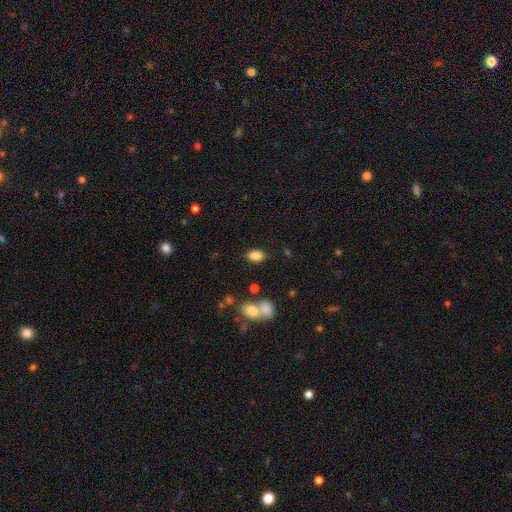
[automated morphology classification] Q: Smooth or featured?
A: smooth (84%); runner-up: star or artifact (9%)
Q: How rounded?
A: in between (88%); runner-up: round (10%)
Q: Merging?
A: none (82%); runner-up: minor disturbance (10%)